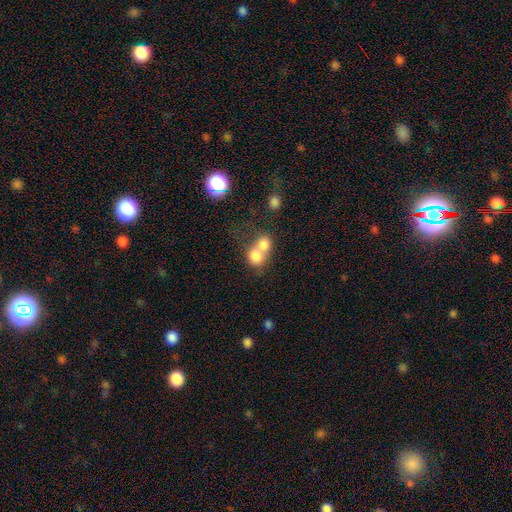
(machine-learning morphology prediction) This appears to be a smooth galaxy with no disk features (74%) that is round (67%). Merging: merger (70%).